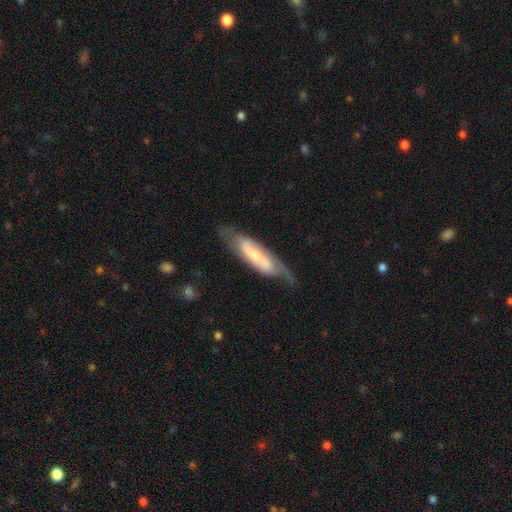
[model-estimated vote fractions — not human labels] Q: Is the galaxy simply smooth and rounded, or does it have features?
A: featured or disk — 73%.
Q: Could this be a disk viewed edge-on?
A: no — 80%.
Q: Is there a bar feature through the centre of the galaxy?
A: no — 36%.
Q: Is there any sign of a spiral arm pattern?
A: yes — 88%.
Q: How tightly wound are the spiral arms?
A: medium — 43%.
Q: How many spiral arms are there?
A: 2 — 75%.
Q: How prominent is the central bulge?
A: small — 53%.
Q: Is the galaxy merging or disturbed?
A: none — 63%.